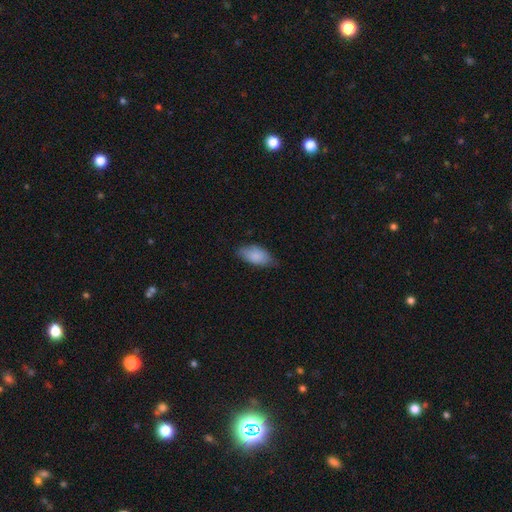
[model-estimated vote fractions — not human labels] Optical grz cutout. It shows a smooth galaxy with no disk features (85%) that is in between round and cigar-shaped (92%). Merging: none (67%).